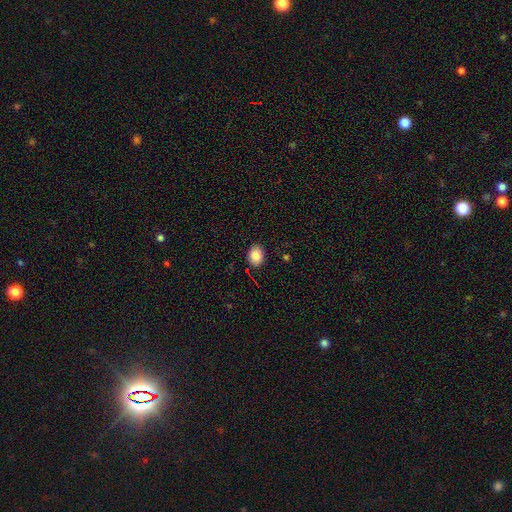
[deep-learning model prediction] Smooth or featured: smooth — 85% (star or artifact — 8%)
How rounded: in between — 58% (round — 41%)
Merging: none — 87% (minor disturbance — 9%)